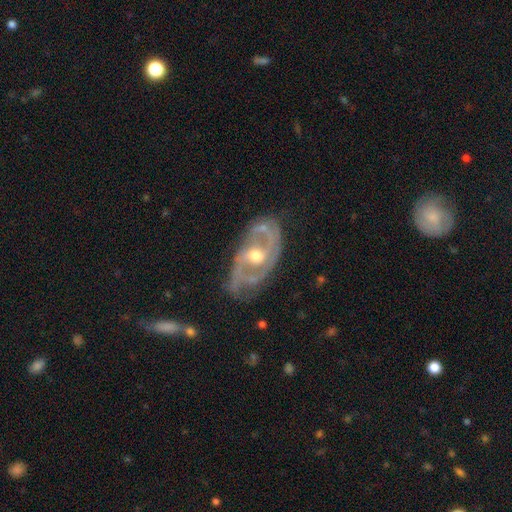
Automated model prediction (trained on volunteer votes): This is clearly a featured or disk galaxy (86%). It is clearly not viewed edge-on (95%). Bar: possibly no (54%). Spiral arm pattern: clearly yes (87%). Spiral arm count: likely 2 (68%). Spiral winding: marginally medium (44%). Central bulge: likely moderate (74%). Merging: likely none (63%).